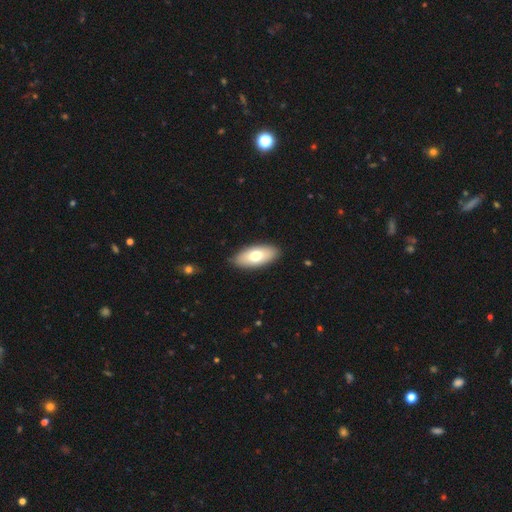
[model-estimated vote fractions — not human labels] smooth_or_featured: smooth (p=0.70) [alt: featured or disk p=0.24]
how_rounded: in between (p=0.90) [alt: cigar-shaped p=0.08]
merging: none (p=0.88) [alt: minor disturbance p=0.09]